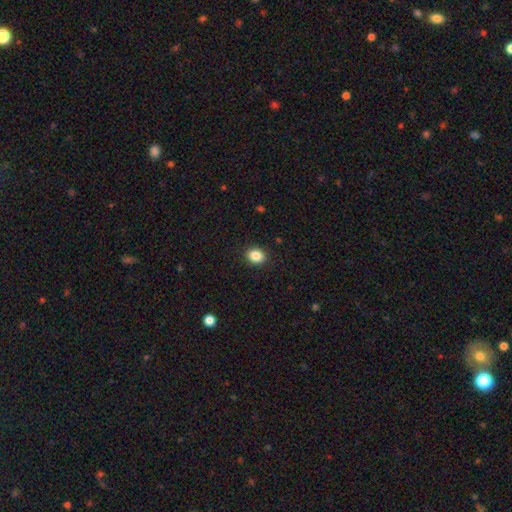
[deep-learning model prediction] This appears to be a smooth galaxy with no disk features (86%) that is round (57%). Merging: none (91%).